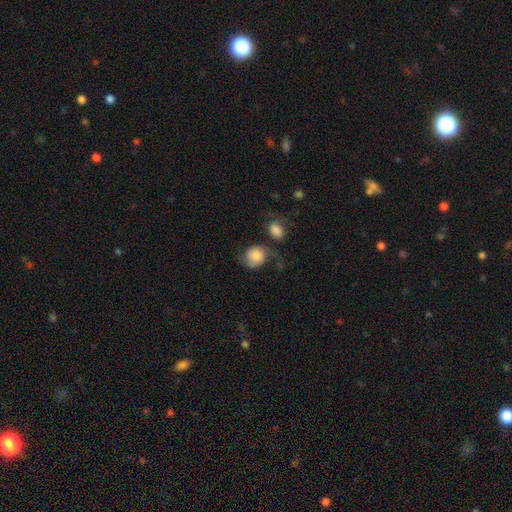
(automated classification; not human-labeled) smooth 64%, featured or disk 28%, star or artifact 8%. Down the decision tree: how rounded — round (70%); merging — none (37%).